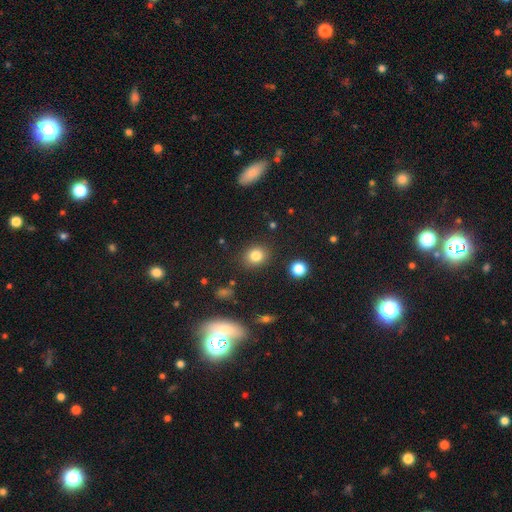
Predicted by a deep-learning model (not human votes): smooth-or-featured: smooth: 81% | star or artifact: 12% | featured or disk: 7%
  how-rounded: round: 75% | in between: 24% | cigar-shaped: 1%
  merging: none: 87% | minor disturbance: 8% | major disturbance: 3% | merger: 2%